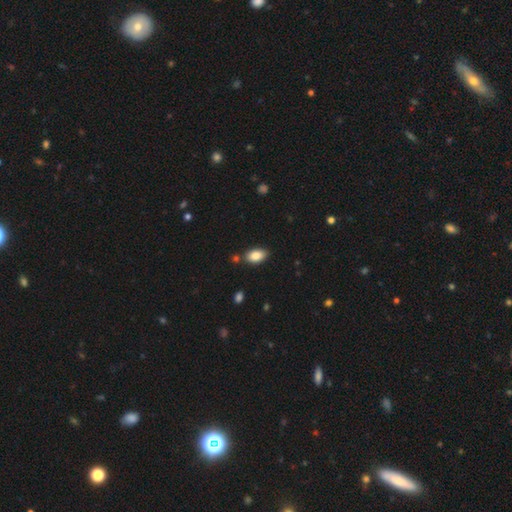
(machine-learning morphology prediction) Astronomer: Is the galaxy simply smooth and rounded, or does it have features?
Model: smooth — 85%.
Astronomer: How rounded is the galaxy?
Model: in between — 93%.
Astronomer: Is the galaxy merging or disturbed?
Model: none — 81%.